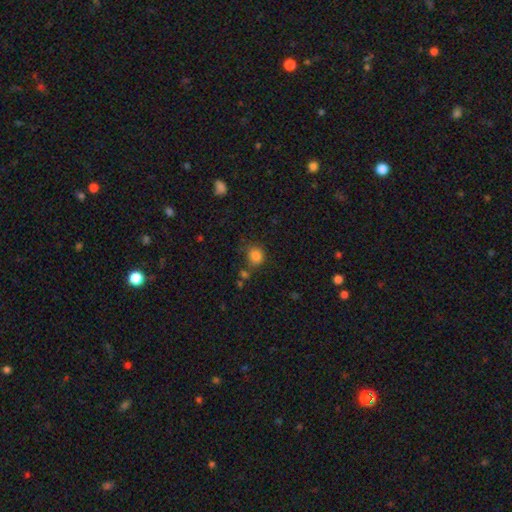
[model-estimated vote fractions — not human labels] Smooth or featured? smooth (84%)
How rounded? round (75%)
Merging? none (65%)